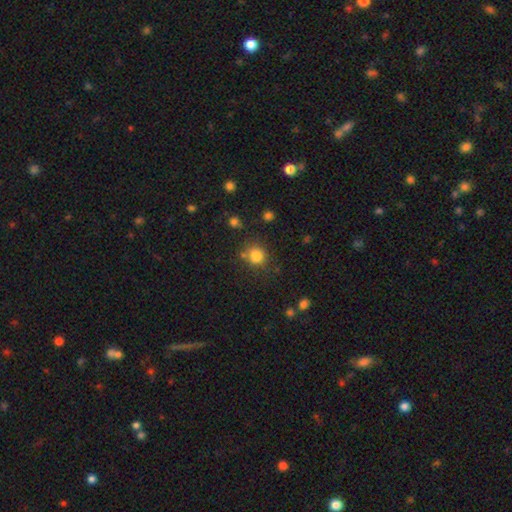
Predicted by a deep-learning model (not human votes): Smooth or featured: smooth — 80% (star or artifact — 13%)
How rounded: round — 75% (in between — 25%)
Merging: none — 67% (merger — 15%)